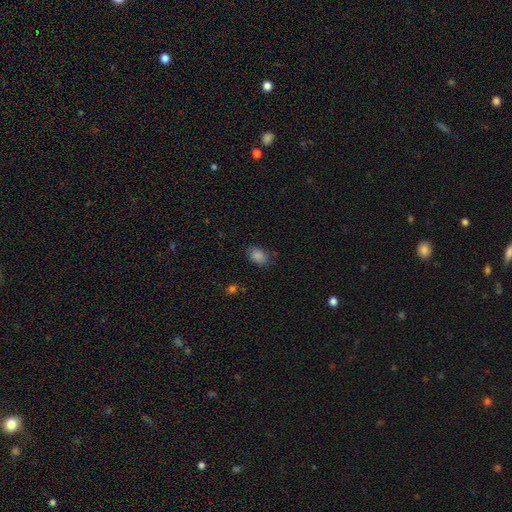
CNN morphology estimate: Smooth or featured? smooth (78%)
How rounded? in between (81%)
Merging? none (83%)